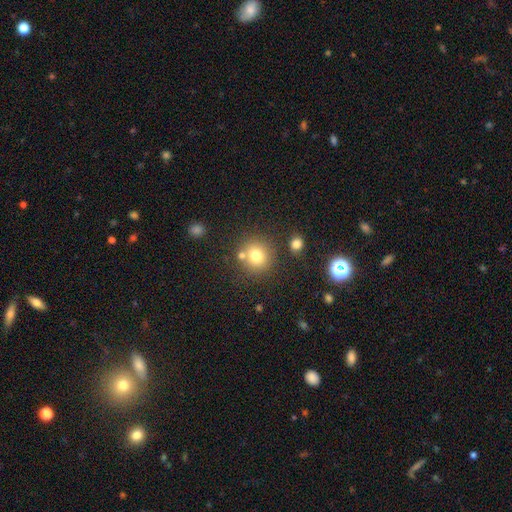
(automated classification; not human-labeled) This appears to be a smooth galaxy with no disk features (77%) that is round (87%). Merging: none (71%).